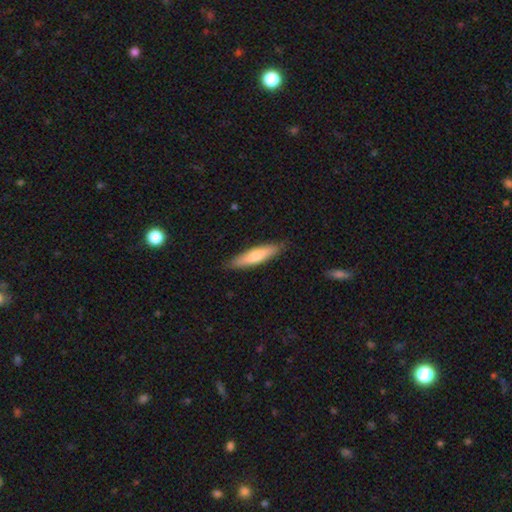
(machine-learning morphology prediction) smooth 65%, featured or disk 29%, star or artifact 6%. Down the decision tree: how rounded — cigar-shaped (78%); merging — none (87%).